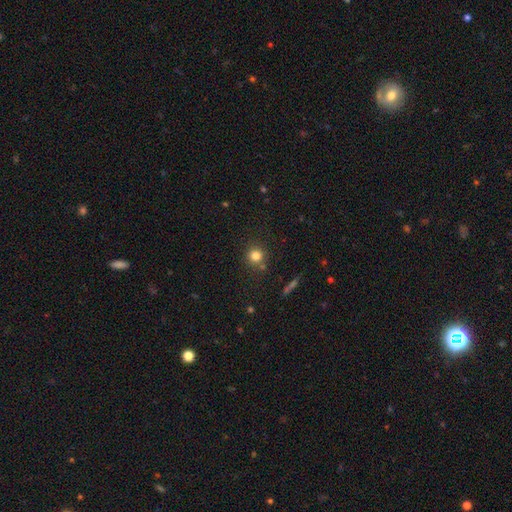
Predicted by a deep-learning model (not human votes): Smooth or featured: smooth — 80% (star or artifact — 13%)
How rounded: round — 91% (in between — 8%)
Merging: none — 79% (minor disturbance — 10%)